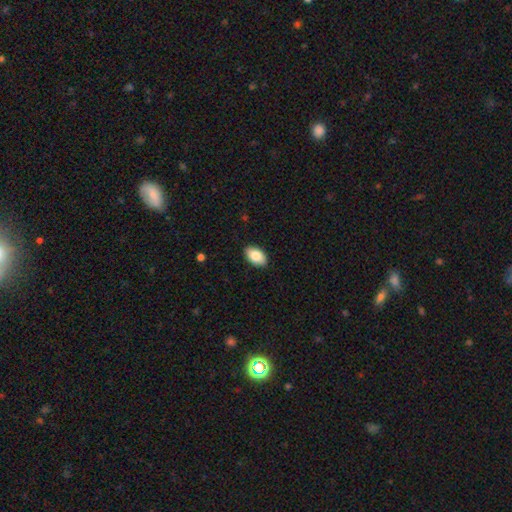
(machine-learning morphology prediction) Smooth or featured: smooth — 84% (featured or disk — 9%)
How rounded: in between — 93% (round — 5%)
Merging: none — 90% (minor disturbance — 8%)